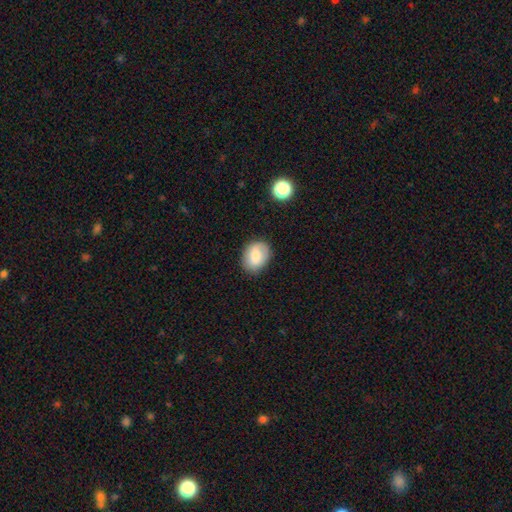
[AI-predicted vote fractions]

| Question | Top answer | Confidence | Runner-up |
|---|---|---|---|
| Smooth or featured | smooth | 78% | featured or disk (15%) |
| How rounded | in between | 61% | round (38%) |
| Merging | none | 81% | minor disturbance (14%) |